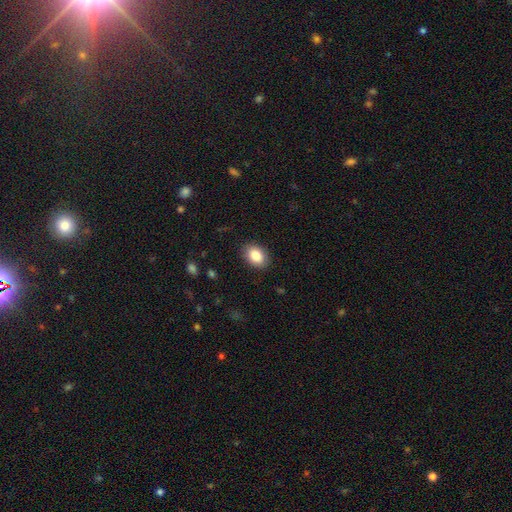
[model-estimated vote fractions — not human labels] The model was most divided on "how rounded": in between: 79%, round: 20%, cigar-shaped: 1%. More confident: merging — none (88%); smooth or featured — smooth (86%).